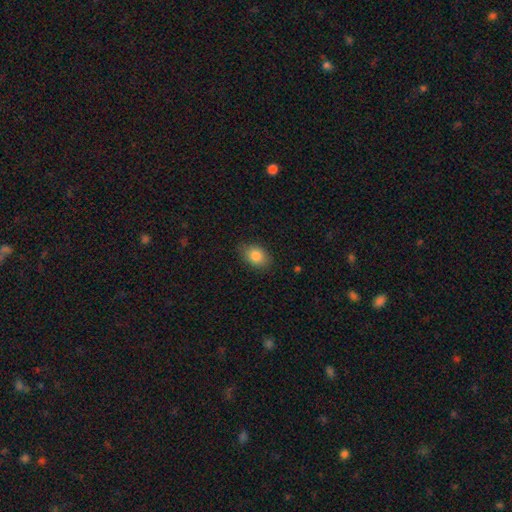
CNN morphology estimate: Smooth or featured? smooth (84%)
How rounded? in between (77%)
Merging? none (81%)